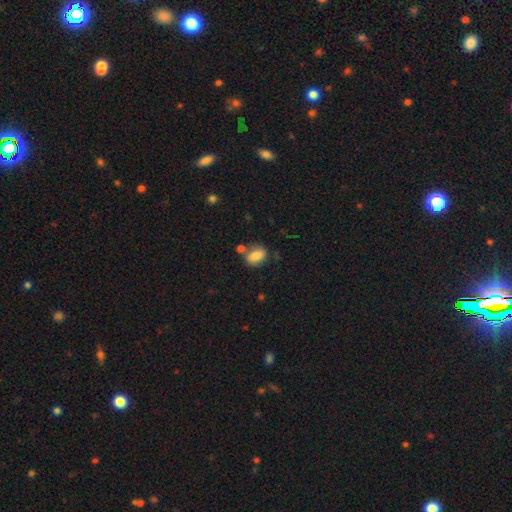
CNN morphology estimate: A smooth galaxy with no disk features (80%) that is in between round and cigar-shaped (79%). Merging: none (61%).